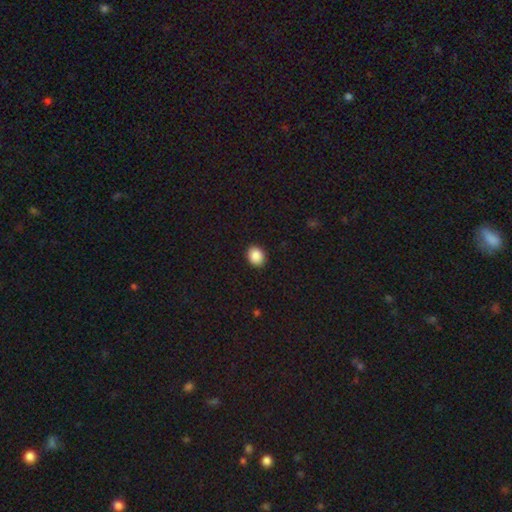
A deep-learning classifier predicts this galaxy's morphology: The model was most divided on "how rounded": in between: 51%, round: 48%, cigar-shaped: 1%. More confident: merging — none (90%); smooth or featured — smooth (89%).